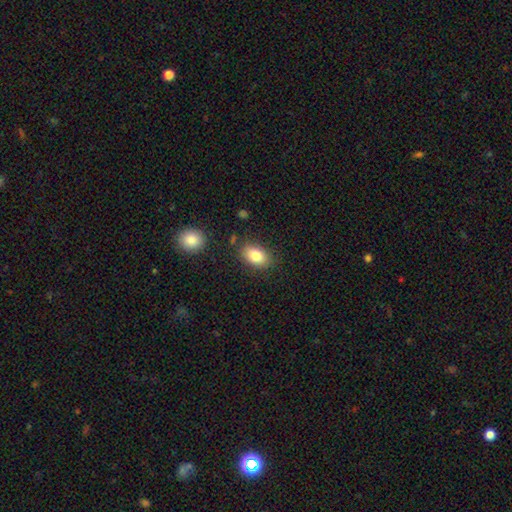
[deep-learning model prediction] smooth 83%, featured or disk 9%, star or artifact 8%. Down the decision tree: how rounded — in between (83%); merging — none (82%).